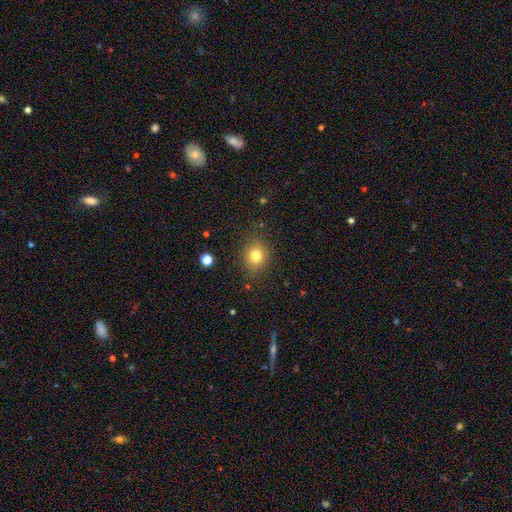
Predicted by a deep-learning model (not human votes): smooth_or_featured: smooth (p=0.78) [alt: star or artifact p=0.13]
how_rounded: round (p=0.68) [alt: in between p=0.31]
merging: none (p=0.85) [alt: minor disturbance p=0.11]